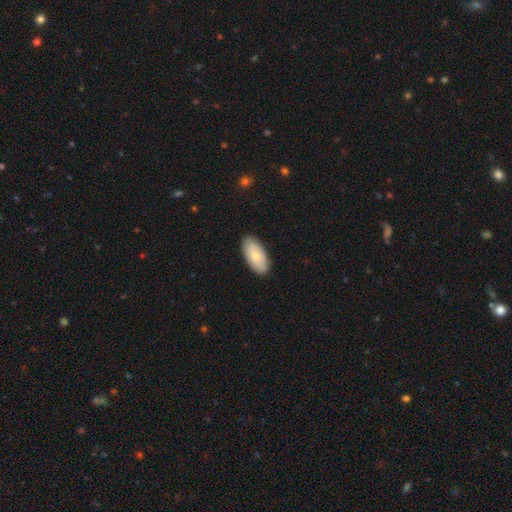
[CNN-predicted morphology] smooth 77%, featured or disk 18%, star or artifact 6%. Down the decision tree: how rounded — in between (94%); merging — none (87%).